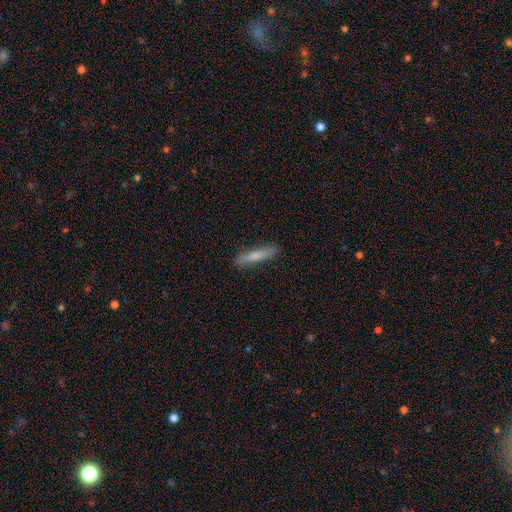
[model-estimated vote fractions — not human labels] A smooth galaxy with no disk features (73%) that is cigar-shaped (87%). Merging: none (87%).